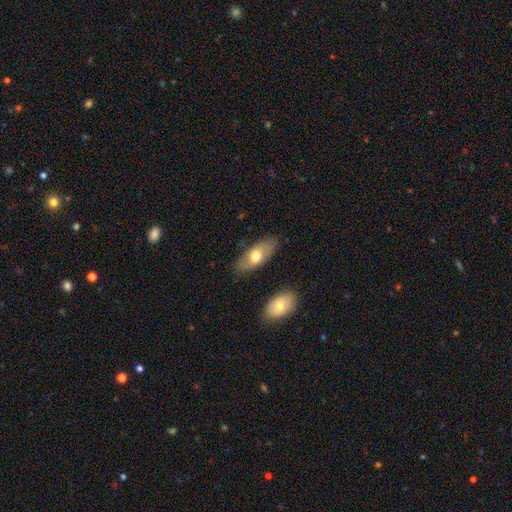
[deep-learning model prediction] smooth-or-featured: smooth: 63% | featured or disk: 31% | star or artifact: 6%
  how-rounded: in between: 86% | cigar-shaped: 11% | round: 3%
  merging: none: 81% | minor disturbance: 13% | merger: 3% | major disturbance: 3%